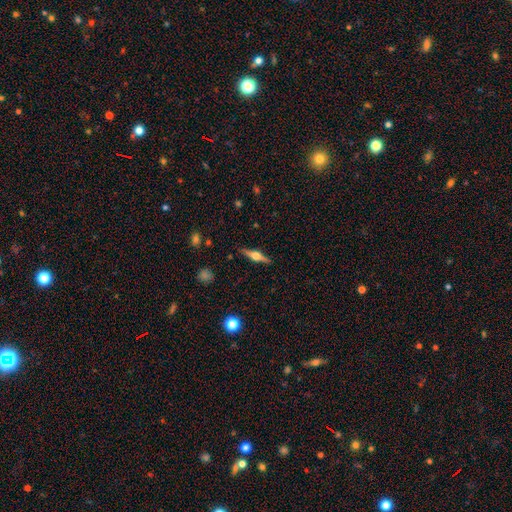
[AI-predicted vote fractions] Morphology: type=featured or disk (75%); edge-on=yes (98%); edge-on bulge=rounded (93%); merging=none (90%).